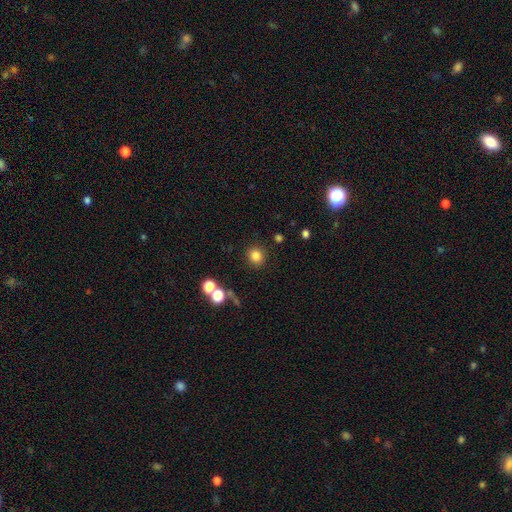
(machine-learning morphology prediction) Overall: smooth (82%). How rounded: round (85%). Merging: none (85%).